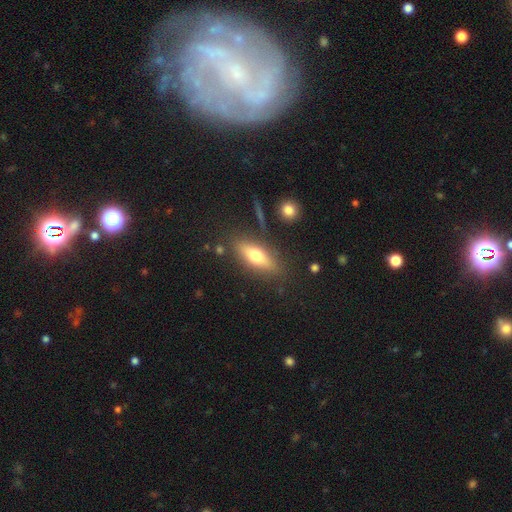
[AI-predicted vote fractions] The model was most divided on "how rounded": in between: 60%, cigar-shaped: 36%, round: 4%. More confident: merging — none (81%); smooth or featured — smooth (61%).